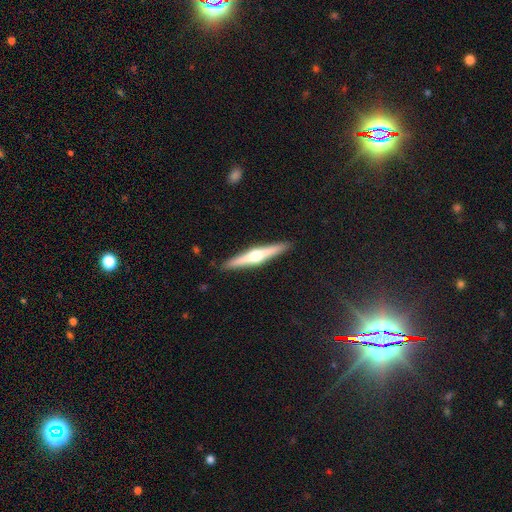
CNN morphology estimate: A featured or disk galaxy (67%) viewed edge-on (98%) with a rounded central bulge (91%). Merging: none (91%).